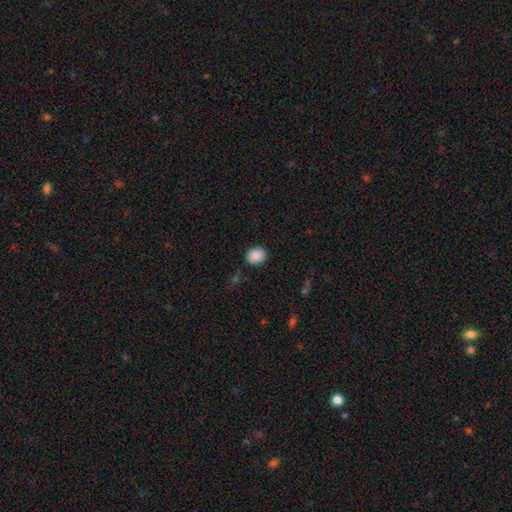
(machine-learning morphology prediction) Smooth or featured: smooth — 89% (star or artifact — 8%)
How rounded: round — 60% (in between — 40%)
Merging: none — 88% (minor disturbance — 8%)